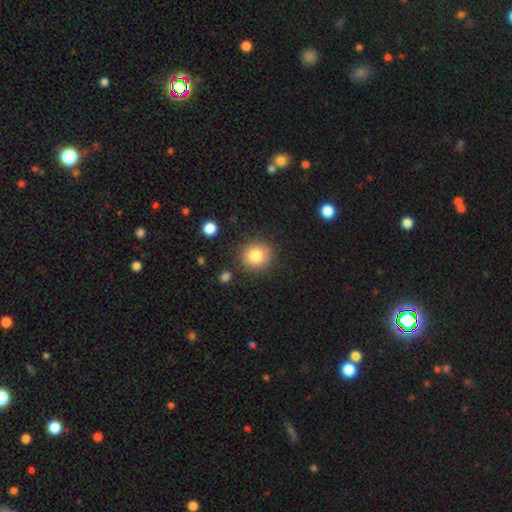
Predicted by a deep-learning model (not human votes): smooth_or_featured: smooth (p=0.82) [alt: star or artifact p=0.10]
how_rounded: round (p=0.89) [alt: in between p=0.10]
merging: none (p=0.86) [alt: minor disturbance p=0.09]